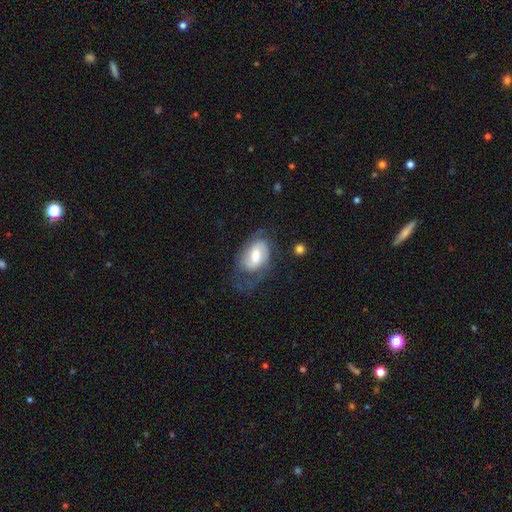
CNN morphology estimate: featured or disk 62%, smooth 31%, star or artifact 6%. Down the decision tree: edge-on disk — no (96%); bar — weak (51%); spiral arms — yes (85%); spiral arm count — 2 (60%); spiral winding — medium (44%); bulge size — moderate (58%); merging — none (44%).